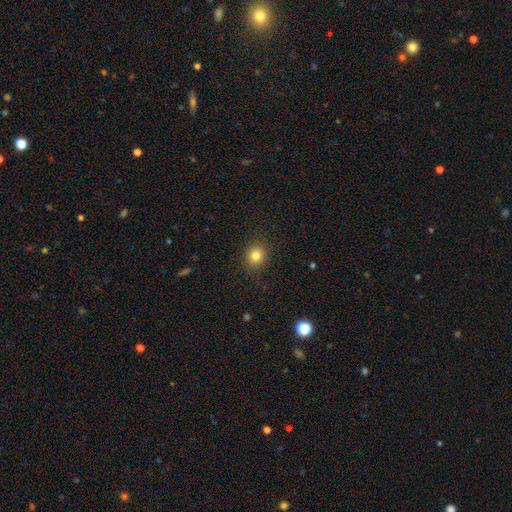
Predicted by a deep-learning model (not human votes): Smooth or featured?
  - smooth: 82% *
  - star or artifact: 12%
  - featured or disk: 6%
How rounded?
  - round: 81% *
  - in between: 18%
  - cigar-shaped: 1%
Merging?
  - none: 90% *
  - minor disturbance: 7%
  - major disturbance: 2%
  - merger: 1%